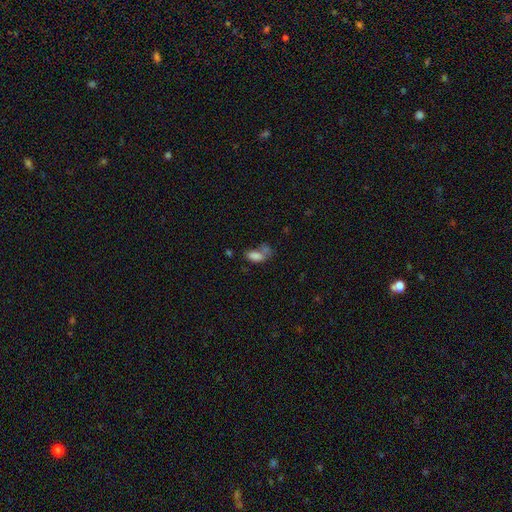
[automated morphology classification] Smooth or featured: smooth — 79% (star or artifact — 11%)
How rounded: in between — 90% (round — 5%)
Merging: merger — 37% (none — 33%)